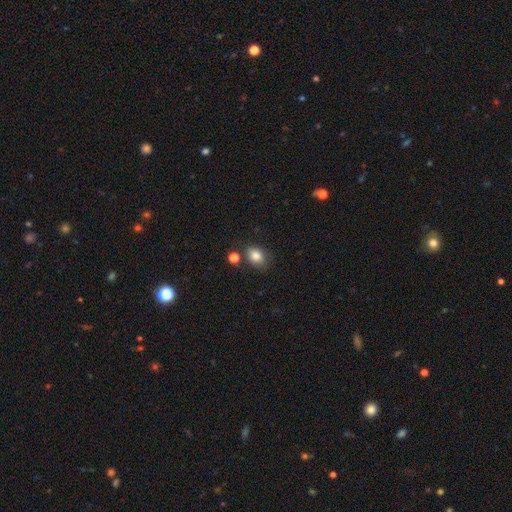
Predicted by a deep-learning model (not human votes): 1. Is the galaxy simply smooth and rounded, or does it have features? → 83% smooth, 10% star or artifact, 7% featured or disk.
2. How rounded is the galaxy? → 69% in between, 30% round, 1% cigar-shaped.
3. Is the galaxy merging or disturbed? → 69% none, 17% minor disturbance, 9% merger, 5% major disturbance.